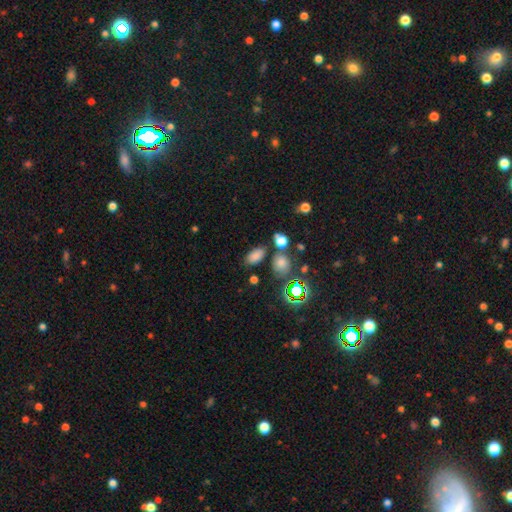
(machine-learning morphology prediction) smooth_or_featured: smooth (p=0.76) [alt: star or artifact p=0.17]
how_rounded: in between (p=0.89) [alt: round p=0.08]
merging: none (p=0.75) [alt: minor disturbance p=0.11]